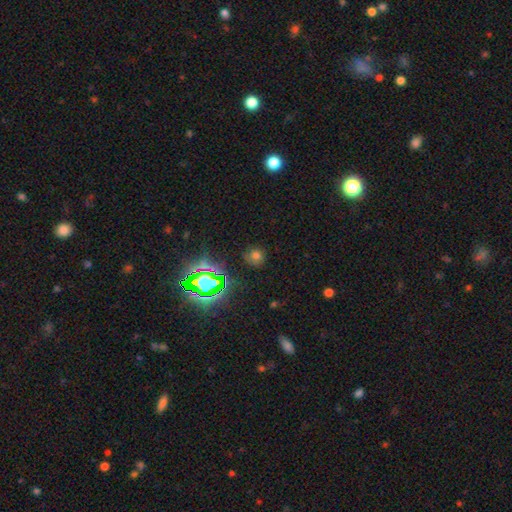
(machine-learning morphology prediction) Smooth or featured? smooth (55%)
How rounded? round (79%)
Merging? none (77%)